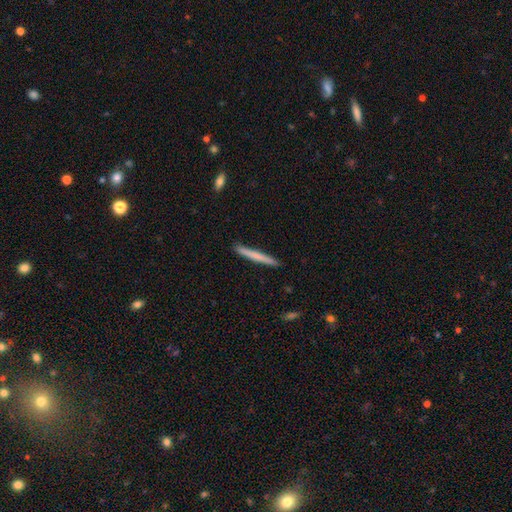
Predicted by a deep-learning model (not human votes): Smooth or featured? smooth (67%)
How rounded? cigar-shaped (97%)
Merging? none (91%)